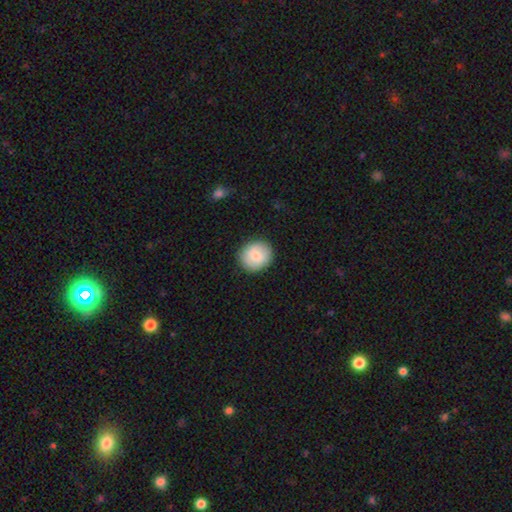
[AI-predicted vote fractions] Smooth or featured?
  - smooth: 77% *
  - featured or disk: 16%
  - star or artifact: 7%
How rounded?
  - round: 84% *
  - in between: 15%
  - cigar-shaped: 1%
Merging?
  - none: 89% *
  - minor disturbance: 8%
  - major disturbance: 2%
  - merger: 1%